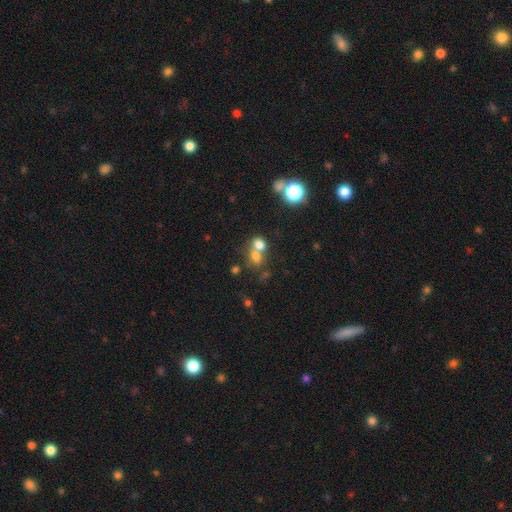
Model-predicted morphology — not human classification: Overall: smooth (70%). How rounded: round (57%; in between 41%). Merging: merger (60%; none 29%).